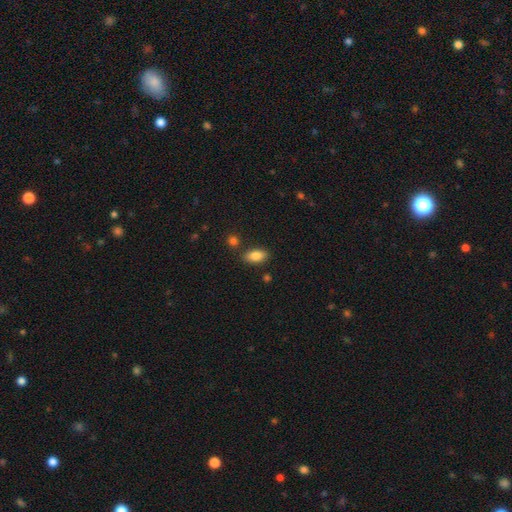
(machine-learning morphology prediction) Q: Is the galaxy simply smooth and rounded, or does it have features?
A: smooth — 85%.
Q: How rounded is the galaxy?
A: in between — 91%.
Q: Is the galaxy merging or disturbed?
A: none — 81%.